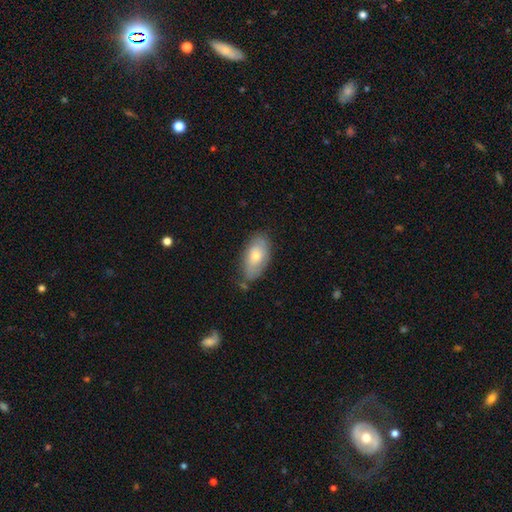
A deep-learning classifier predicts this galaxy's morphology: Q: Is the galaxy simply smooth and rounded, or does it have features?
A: smooth — 60%.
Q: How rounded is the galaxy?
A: in between — 92%.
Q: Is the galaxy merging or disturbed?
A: none — 67%.